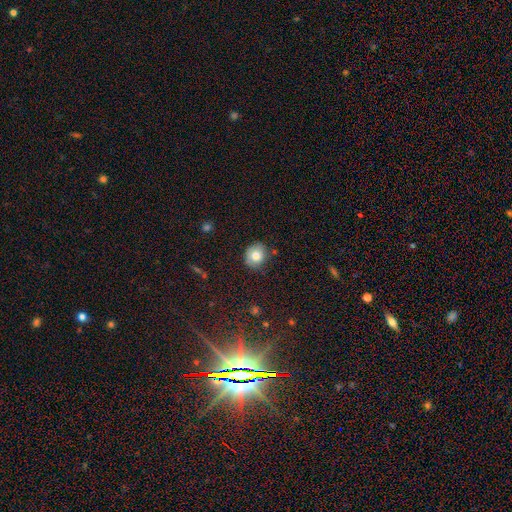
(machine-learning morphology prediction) type=smooth (77%); roundness=round (72%); merging=none (79%).